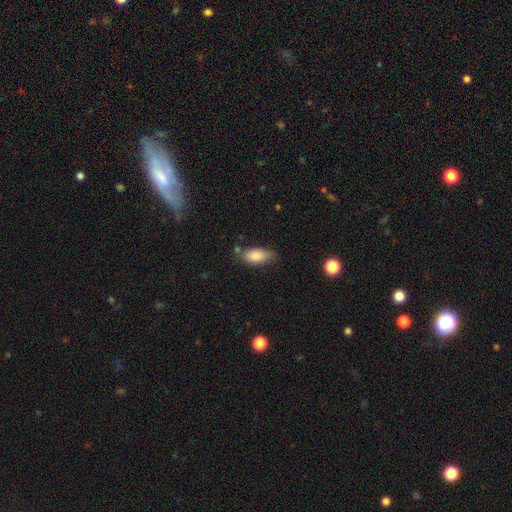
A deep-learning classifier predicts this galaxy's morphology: Q: Smooth or featured?
A: smooth (83%); runner-up: featured or disk (10%)
Q: How rounded?
A: in between (88%); runner-up: cigar-shaped (10%)
Q: Merging?
A: none (64%); runner-up: minor disturbance (25%)